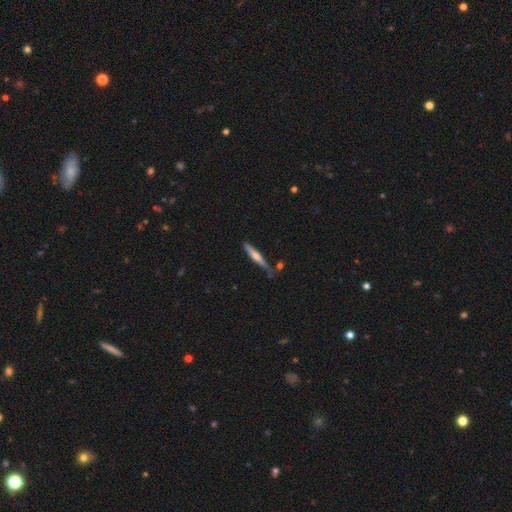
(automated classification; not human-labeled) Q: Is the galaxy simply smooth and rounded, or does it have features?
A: featured or disk — 51%.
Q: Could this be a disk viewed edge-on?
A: yes — 95%.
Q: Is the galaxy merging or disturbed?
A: none — 72%.